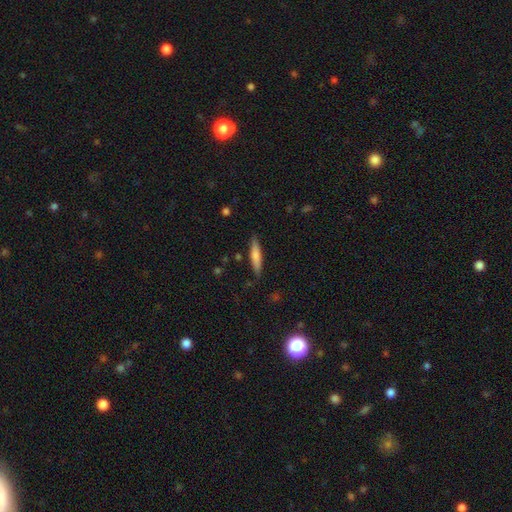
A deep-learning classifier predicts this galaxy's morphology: Smooth or featured?
  - smooth: 69% *
  - featured or disk: 25%
  - star or artifact: 6%
How rounded?
  - cigar-shaped: 86% *
  - in between: 12%
  - round: 1%
Merging?
  - none: 86% *
  - minor disturbance: 10%
  - major disturbance: 2%
  - merger: 2%